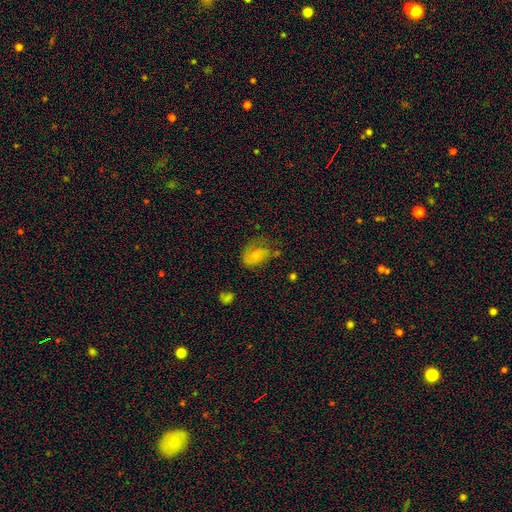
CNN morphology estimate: A smooth galaxy with no disk features (56%) that is in between round and cigar-shaped (77%).

Vote fractions:
- Smooth or featured? smooth: 56% / featured or disk: 35% / star or artifact: 9%
- How rounded? in between: 77% / round: 21% / cigar-shaped: 2%
- Merging? none: 38% / minor disturbance: 30% / major disturbance: 28% / merger: 4%